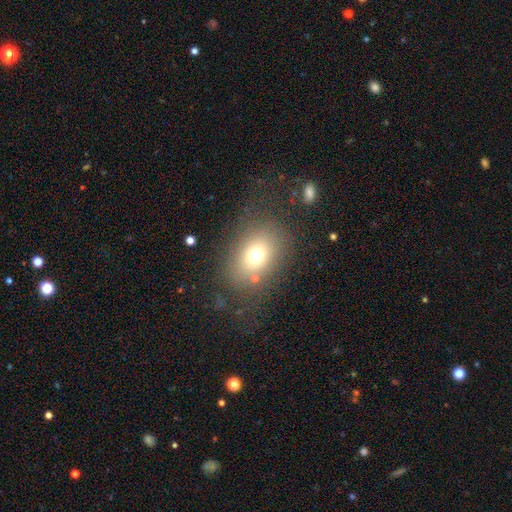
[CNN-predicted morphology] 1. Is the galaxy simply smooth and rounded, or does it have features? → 71% smooth, 15% star or artifact, 14% featured or disk.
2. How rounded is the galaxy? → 62% in between, 36% round, 1% cigar-shaped.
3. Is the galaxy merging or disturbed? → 76% none, 13% minor disturbance, 9% major disturbance, 3% merger.